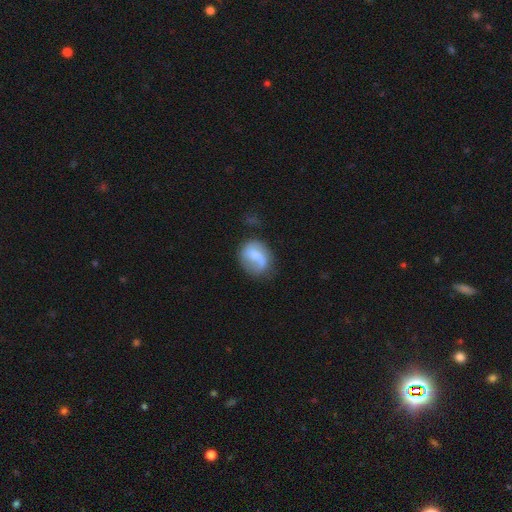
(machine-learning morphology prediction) A featured or disk galaxy (49%). Merging: none (55%).